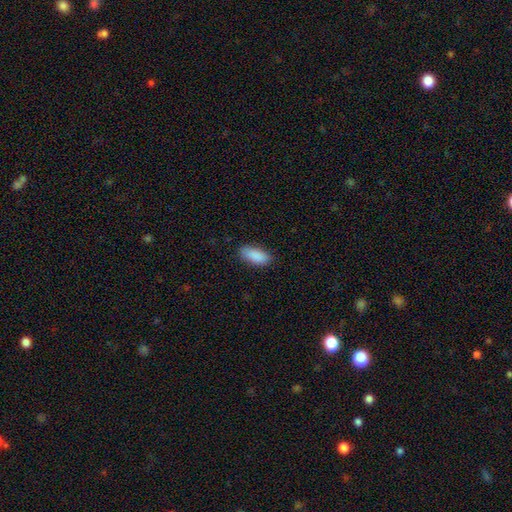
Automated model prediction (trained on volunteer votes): This is clearly a smooth galaxy (90%). How rounded: clearly in between (87%). Merging: clearly none (84%).